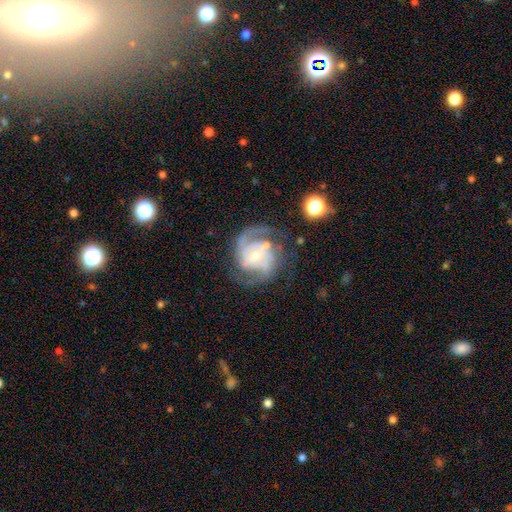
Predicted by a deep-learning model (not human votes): smooth-or-featured: featured or disk: 88% | smooth: 7% | star or artifact: 6%
  disk-edge-on: no: 98% | yes: 2%
    bar: no: 56% | weak: 34% | strong: 10%
    has-spiral-arms: yes: 96% | no: 4%
      spiral-winding: medium: 49% | tight: 37% | loose: 14%
      spiral-arm-count: 2: 63% | 3: 16% | can't tell: 10% | 1: 4% | 4: 3% | more than 4: 3%
    bulge-size: small: 59% | moderate: 36% | large: 3% | none: 2% | dominant: 1%
  merging: none: 65% | minor disturbance: 18% | major disturbance: 13% | merger: 4%